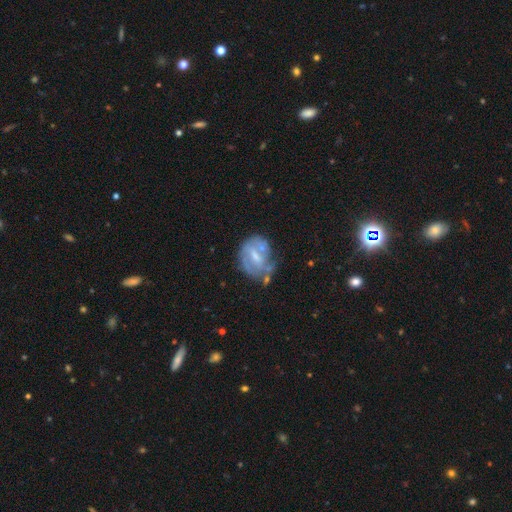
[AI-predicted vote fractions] A featured or disk galaxy (64%) with a weak bar (53%), spiral arms (57%) and a small central bulge (40%, tied with moderate).

Vote fractions:
- Smooth or featured? featured or disk: 64% / smooth: 28% / star or artifact: 8%
- Edge-on disk? no: 97% / yes: 3%
- Bar? weak: 53% / no: 26% / strong: 22%
- Spiral arms? yes: 57% / no: 43%
- Bulge size? small: 40% (tied) / moderate: 40% (tied) / none: 15% / large: 3% / dominant: 1%
- Merging? none: 44% / minor disturbance: 27% / major disturbance: 18% / merger: 11%